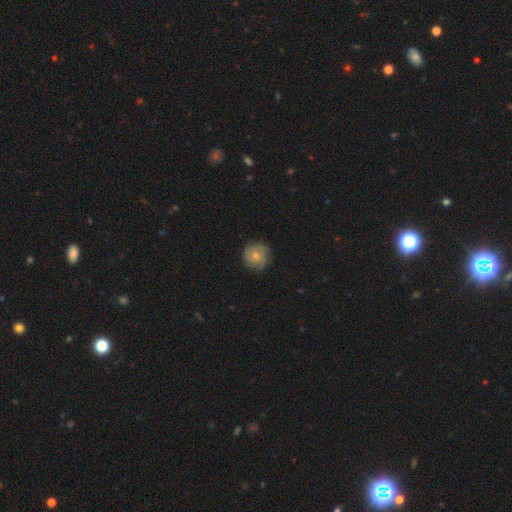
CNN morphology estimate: Overall: featured or disk (54%; smooth 38%). Edge-on disk: no (98%). Bar: no (82%). Spiral arms: yes (90%). Bulge size: small (60%; moderate 34%). Merging: none (80%).